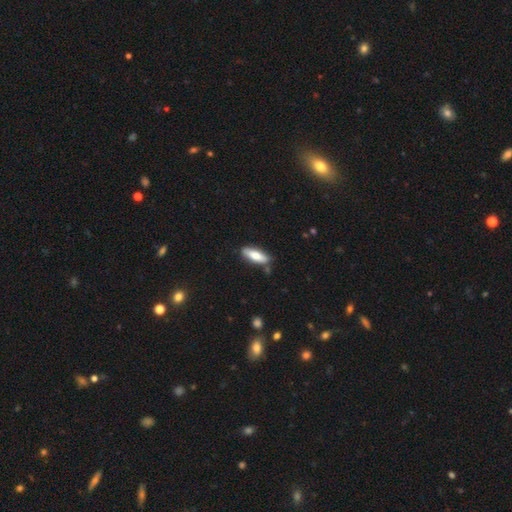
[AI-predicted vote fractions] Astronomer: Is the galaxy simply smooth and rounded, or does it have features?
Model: smooth — 77%.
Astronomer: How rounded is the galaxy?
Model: in between — 55% (runner-up: cigar-shaped, 43%).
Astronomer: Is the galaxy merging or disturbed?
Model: none — 80%.